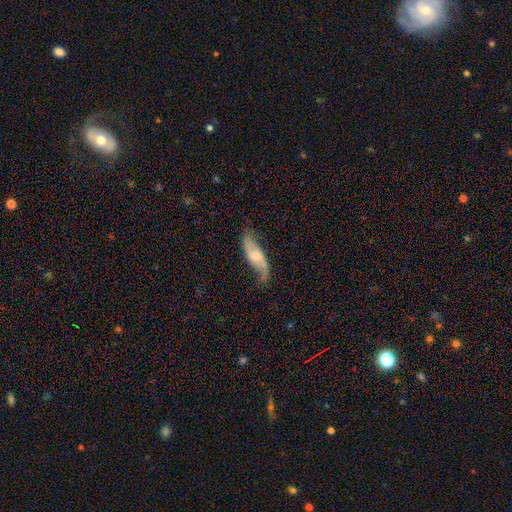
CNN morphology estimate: Smooth or featured? Predicted: featured or disk (p=0.69). Edge-on disk? Predicted: no (p=0.83). Bar? Predicted: no (p=0.60). Spiral arms? Predicted: yes (p=0.90). Spiral winding? Predicted: loose (p=0.64). Spiral arm count? Predicted: 2 (p=0.84). Bulge size? Predicted: moderate (p=0.58). Merging? Predicted: none (p=0.65).